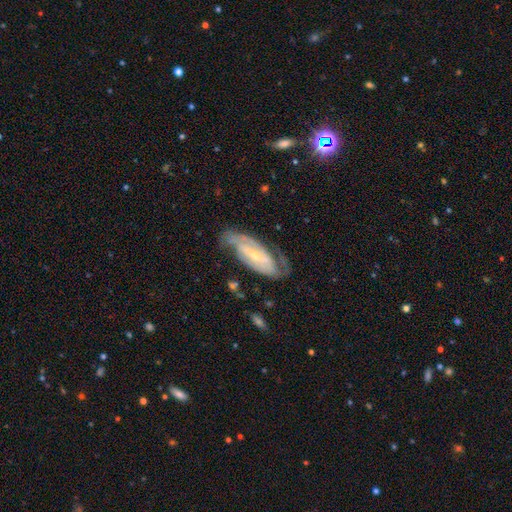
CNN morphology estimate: type=featured or disk (84%); edge-on=no (91%); bar=strong (44%); spiral arms=yes (93%); winding=tight (47%); arm count=2 (80%); bulge=small (68%); merging=none (71%).